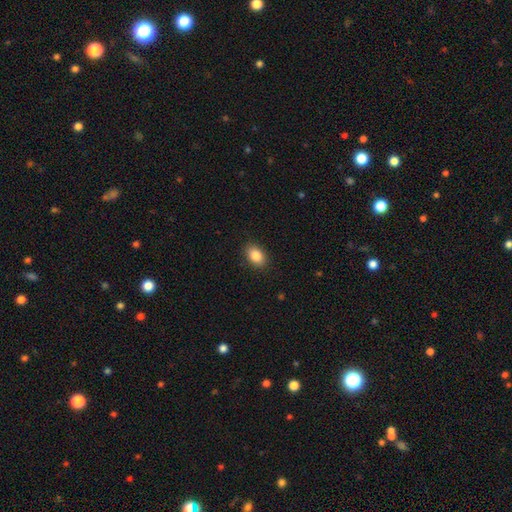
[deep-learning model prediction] This appears to be a smooth galaxy with no disk features (87%) that is in between round and cigar-shaped (85%). Merging: none (89%).